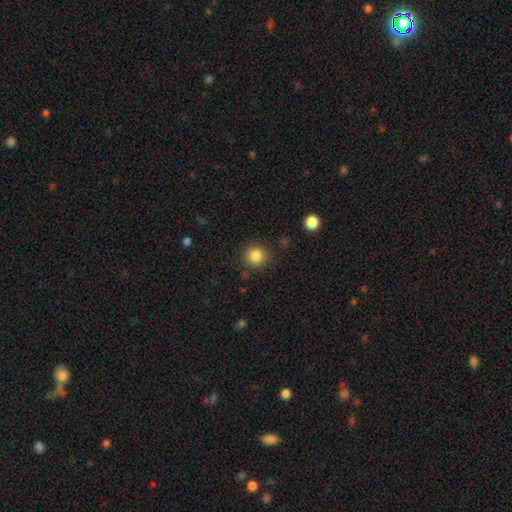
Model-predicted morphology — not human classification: smooth-or-featured: smooth: 85% | star or artifact: 10% | featured or disk: 5%
  how-rounded: round: 93% | in between: 6% | cigar-shaped: 1%
  merging: none: 88% | minor disturbance: 8% | major disturbance: 3% | merger: 2%